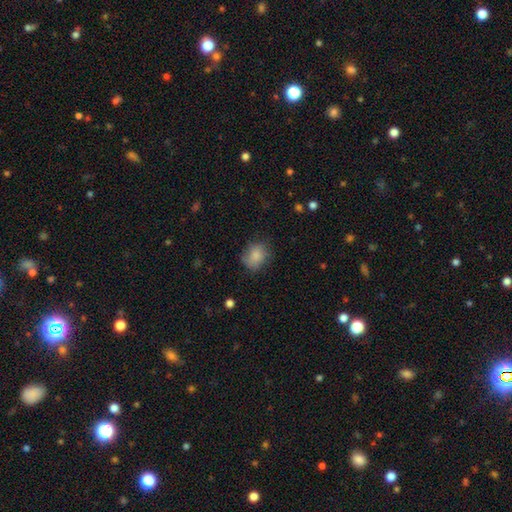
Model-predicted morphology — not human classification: Q: Smooth or featured?
A: smooth (82%); runner-up: featured or disk (10%)
Q: How rounded?
A: round (63%); runner-up: in between (36%)
Q: Merging?
A: none (68%); runner-up: minor disturbance (24%)